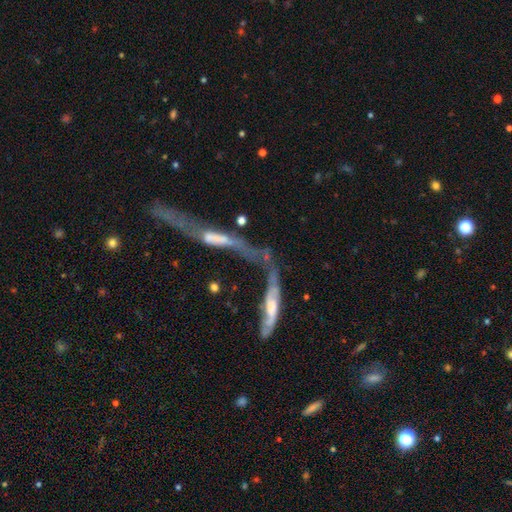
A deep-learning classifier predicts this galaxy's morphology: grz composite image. It shows a featured or disk galaxy (71%) viewed edge-on (70%). Merging: merger (46%).